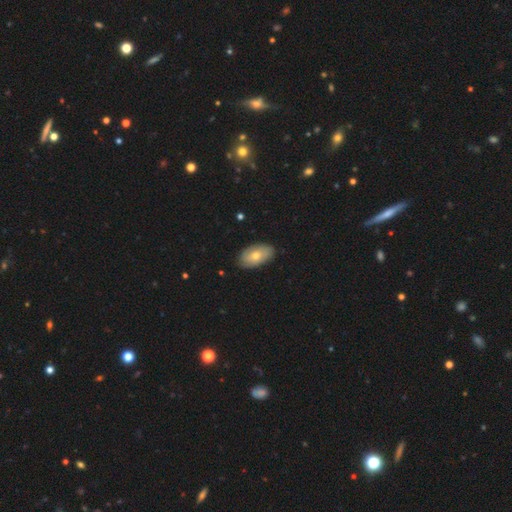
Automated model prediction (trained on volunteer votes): A smooth galaxy with no disk features (67%) that is in between round and cigar-shaped (94%).

Vote fractions:
- Smooth or featured? smooth: 67% / featured or disk: 26% / star or artifact: 7%
- How rounded? in between: 94% / round: 5% / cigar-shaped: 2%
- Merging? none: 85% / minor disturbance: 12% / major disturbance: 2% / merger: 1%